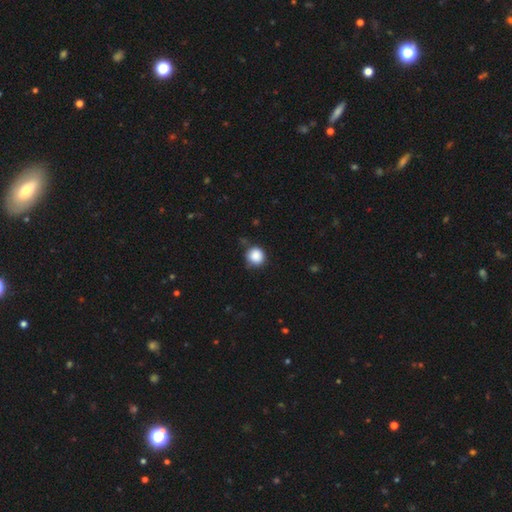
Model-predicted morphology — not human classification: smooth-or-featured: smooth: 87% | star or artifact: 9% | featured or disk: 3%
  how-rounded: round: 92% | in between: 7% | cigar-shaped: 1%
  merging: none: 77% | minor disturbance: 17% | major disturbance: 3% | merger: 3%